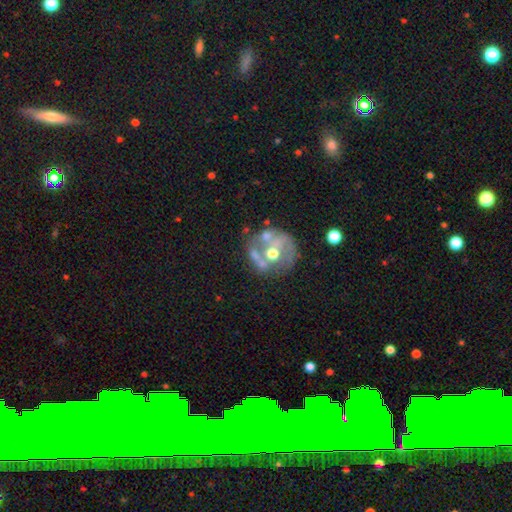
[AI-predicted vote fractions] A featured or disk galaxy (57%) with no bar (76%), no spiral arms (77%) and a moderate central bulge (70%).

Vote fractions:
- Smooth or featured? featured or disk: 57% / smooth: 29% / star or artifact: 13%
- Edge-on disk? no: 97% / yes: 3%
- Bar? no: 76% / weak: 16% / strong: 8%
- Spiral arms? no: 77% / yes: 23%
- Bulge size? moderate: 70% / small: 13% / large: 10% / none: 5% / dominant: 2%
- Merging? none: 49% / merger: 21% / minor disturbance: 16% / major disturbance: 14%